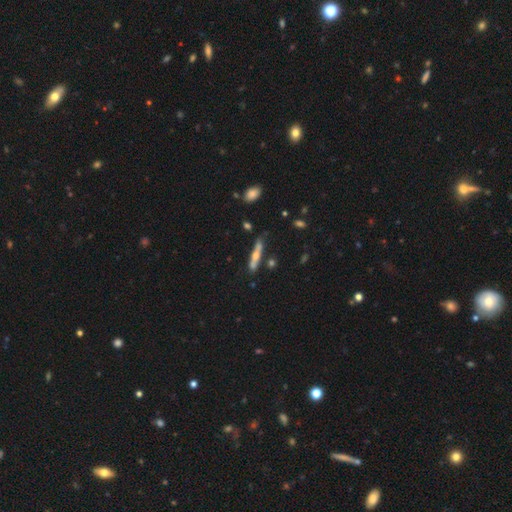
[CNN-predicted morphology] A featured or disk galaxy (51%) viewed edge-on (90%). Merging: none (72%).